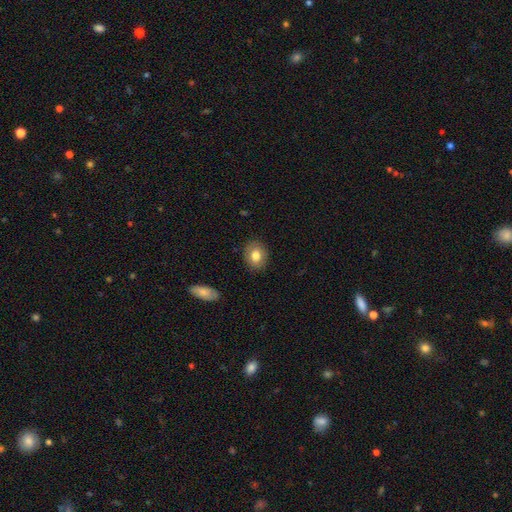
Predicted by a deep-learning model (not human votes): A smooth galaxy with no disk features (79%) that is in between round and cigar-shaped (50%). Merging: none (87%).